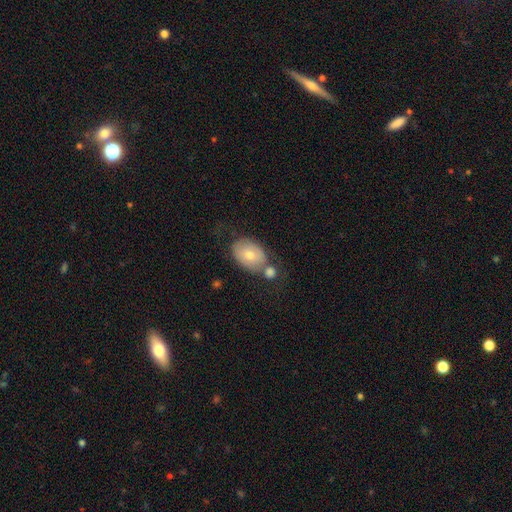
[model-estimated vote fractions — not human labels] smooth 45%, featured or disk 39%, star or artifact 16%. Down the decision tree: merging — none (60%).